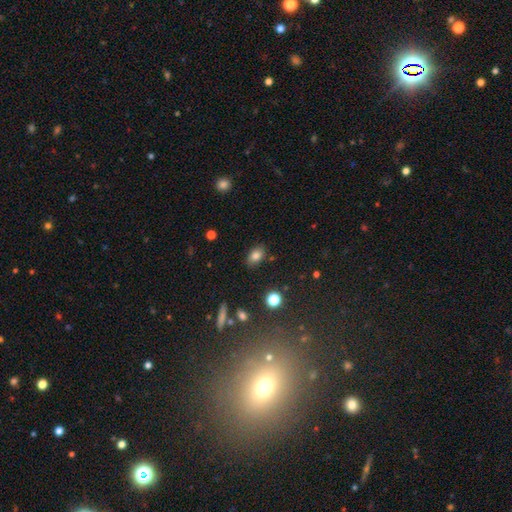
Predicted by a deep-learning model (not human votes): This appears to be a smooth galaxy with no disk features (81%) that is in between round and cigar-shaped (82%). Merging: none (83%).